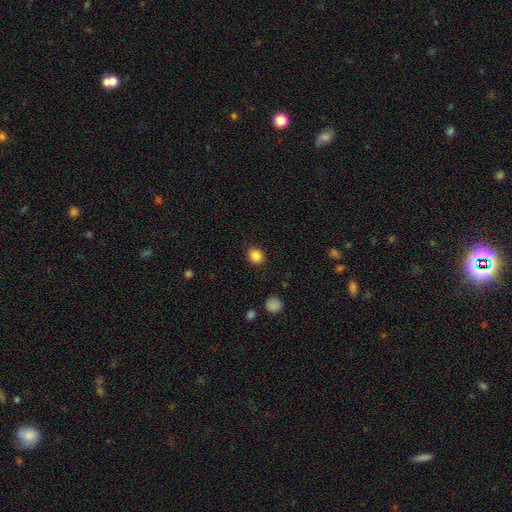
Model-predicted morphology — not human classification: Overall: smooth (86%). How rounded: round (74%). Merging: none (89%).